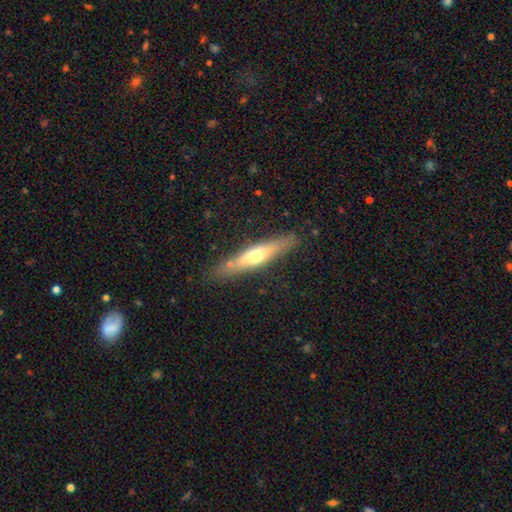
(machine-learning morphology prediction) smooth-or-featured: featured or disk: 53% | smooth: 41% | star or artifact: 6%
  disk-edge-on: yes: 87% | no: 13%
  merging: none: 81% | minor disturbance: 13% | major disturbance: 3% | merger: 3%